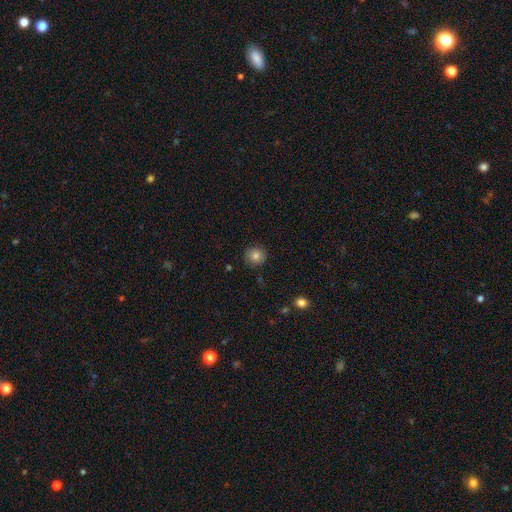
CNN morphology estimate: Q: Smooth or featured?
A: smooth (81%); runner-up: star or artifact (10%)
Q: How rounded?
A: round (91%); runner-up: in between (8%)
Q: Merging?
A: none (88%); runner-up: minor disturbance (9%)